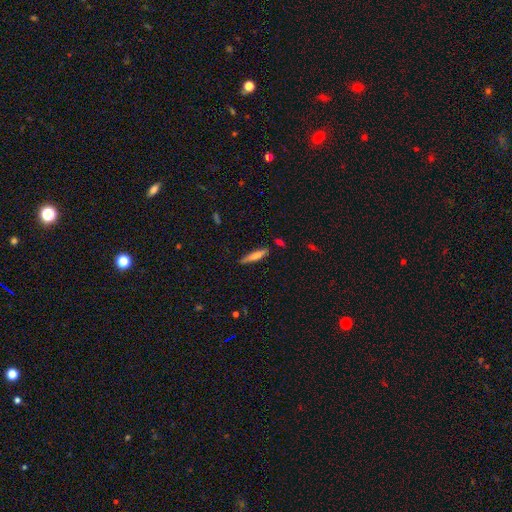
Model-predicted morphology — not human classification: smooth-or-featured: smooth: 62% | featured or disk: 31% | star or artifact: 7%
  how-rounded: cigar-shaped: 86% | in between: 12% | round: 2%
  merging: none: 81% | minor disturbance: 13% | merger: 3% | major disturbance: 2%